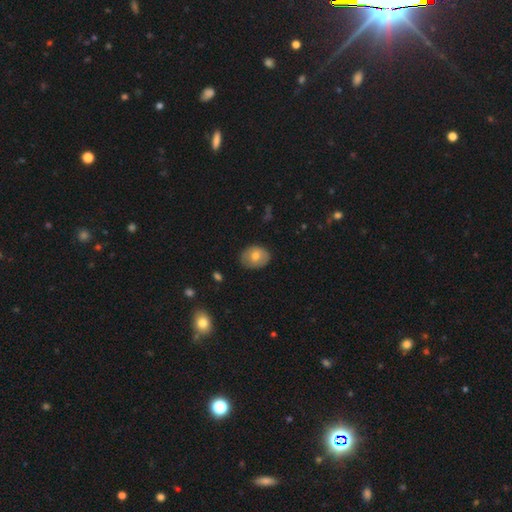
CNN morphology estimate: The model was most divided on "how rounded": in between: 55%, round: 44%, cigar-shaped: 1%. More confident: merging — none (81%); smooth or featured — smooth (68%).